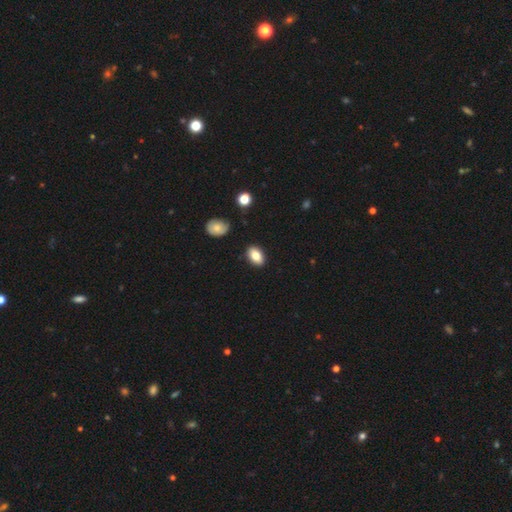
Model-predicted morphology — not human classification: Overall: smooth (82%). How rounded: in between (90%). Merging: none (87%).